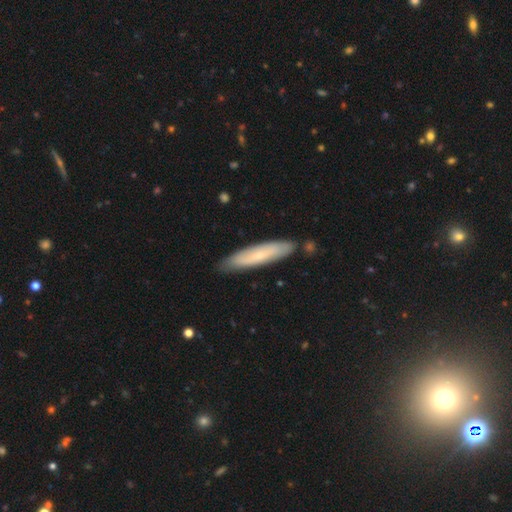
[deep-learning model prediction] smooth 54%, featured or disk 37%, star or artifact 9%. Down the decision tree: how rounded — cigar-shaped (85%); merging — none (83%).